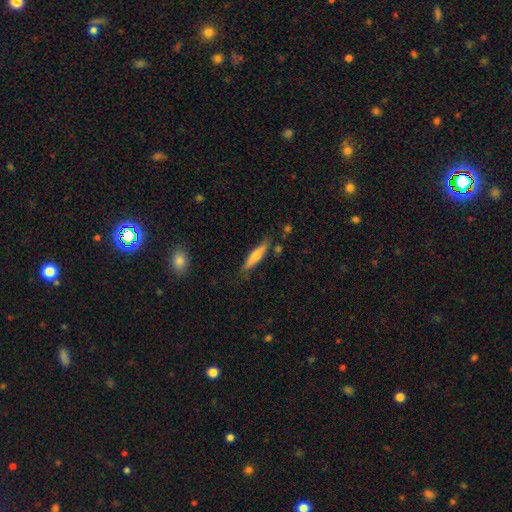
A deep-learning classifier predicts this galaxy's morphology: This is possibly a smooth galaxy (57%). How rounded: likely cigar-shaped (78%). Merging: likely none (76%).